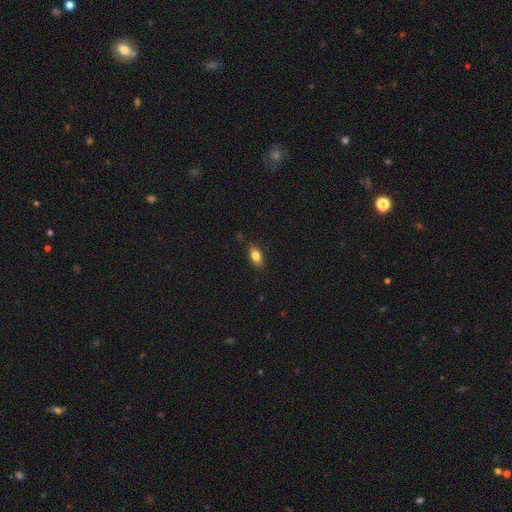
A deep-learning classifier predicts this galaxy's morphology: The model was most divided on "merging": none: 82%, minor disturbance: 14%, major disturbance: 3%, merger: 1%. More confident: how rounded — in between (85%); smooth or featured — smooth (80%).